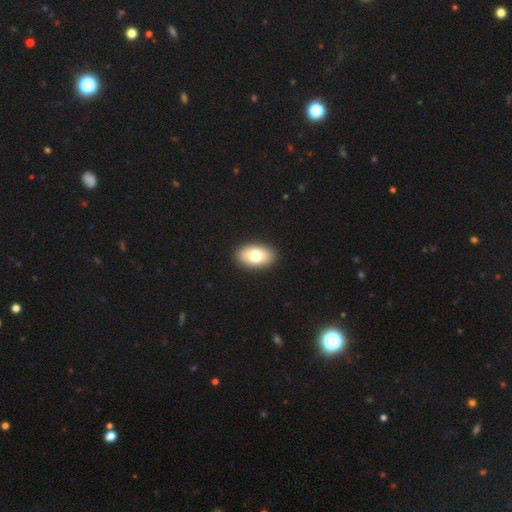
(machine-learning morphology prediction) smooth_or_featured: smooth (p=0.76) [alt: featured or disk p=0.17]
how_rounded: in between (p=0.92) [alt: round p=0.07]
merging: none (p=0.91) [alt: minor disturbance p=0.06]